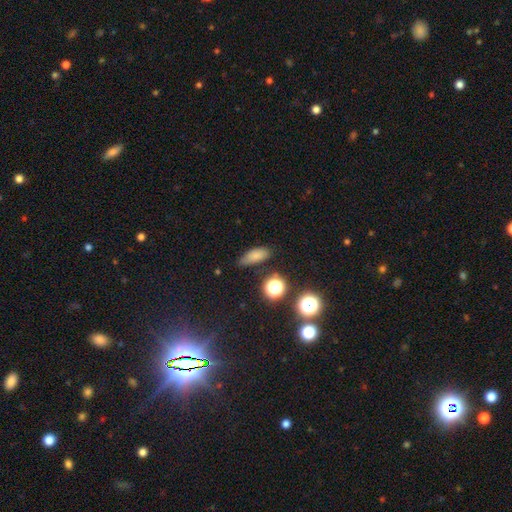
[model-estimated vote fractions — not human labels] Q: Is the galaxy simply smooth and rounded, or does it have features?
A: smooth — 76%.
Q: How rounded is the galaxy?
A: in between — 72%.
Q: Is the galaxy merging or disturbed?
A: none — 69%.